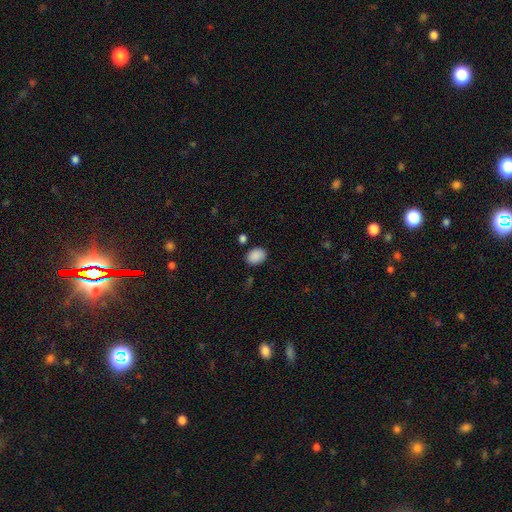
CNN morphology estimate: The model was most divided on "how rounded": in between: 71%, round: 28%, cigar-shaped: 1%. More confident: smooth or featured — smooth (88%); merging — none (81%).